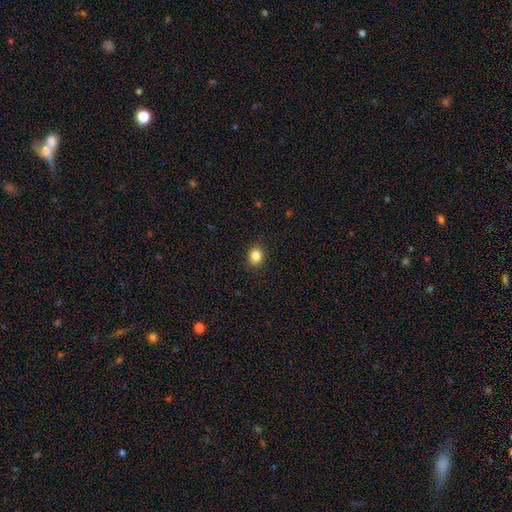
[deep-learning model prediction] smooth-or-featured: smooth: 85% | star or artifact: 11% | featured or disk: 5%
  how-rounded: round: 53% | in between: 46% | cigar-shaped: 1%
  merging: none: 89% | minor disturbance: 8% | major disturbance: 2% | merger: 1%